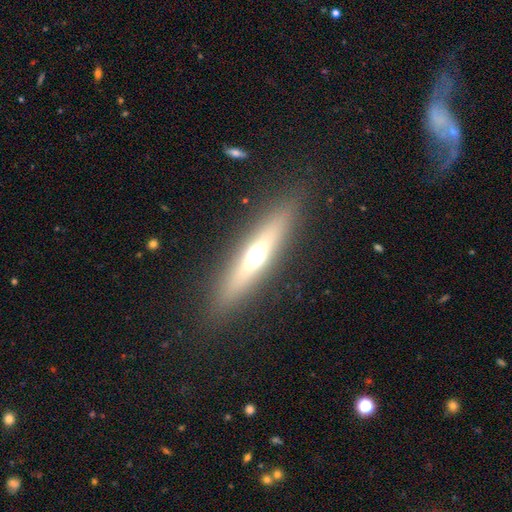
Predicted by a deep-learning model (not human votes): A featured or disk galaxy (49%).

Vote fractions:
- Smooth or featured? featured or disk: 49% / smooth: 41% / star or artifact: 10%
- Merging? none: 88% / minor disturbance: 8% / major disturbance: 3% / merger: 1%